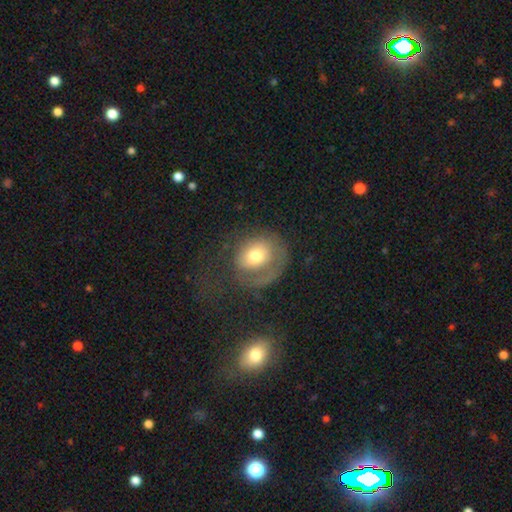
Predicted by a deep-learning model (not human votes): smooth-or-featured: smooth: 53% | featured or disk: 37% | star or artifact: 10%
  how-rounded: round: 73% | in between: 26% | cigar-shaped: 1%
  merging: none: 40% | major disturbance: 39% | minor disturbance: 20% | merger: 2%